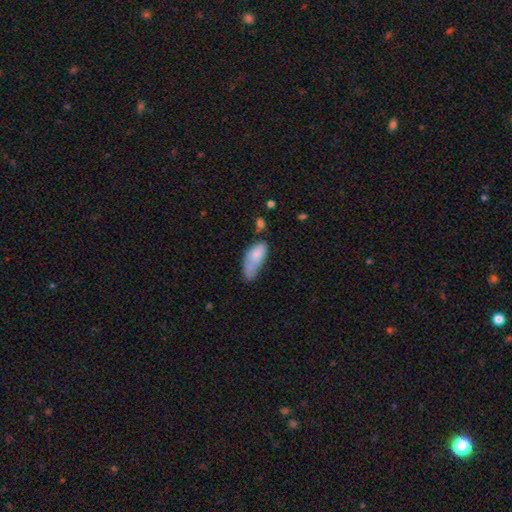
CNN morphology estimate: A smooth galaxy with no disk features (78%) that is in between round and cigar-shaped (84%).

Vote fractions:
- Smooth or featured? smooth: 78% / featured or disk: 14% / star or artifact: 7%
- How rounded? in between: 84% / cigar-shaped: 13% / round: 3%
- Merging? minor disturbance: 32% / none: 27% / major disturbance: 24% / merger: 16%